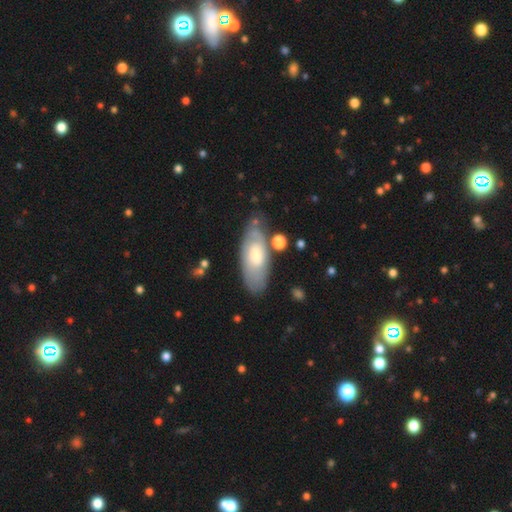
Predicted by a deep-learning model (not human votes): smooth 49%, featured or disk 45%, star or artifact 6%. Down the decision tree: merging — none (69%).